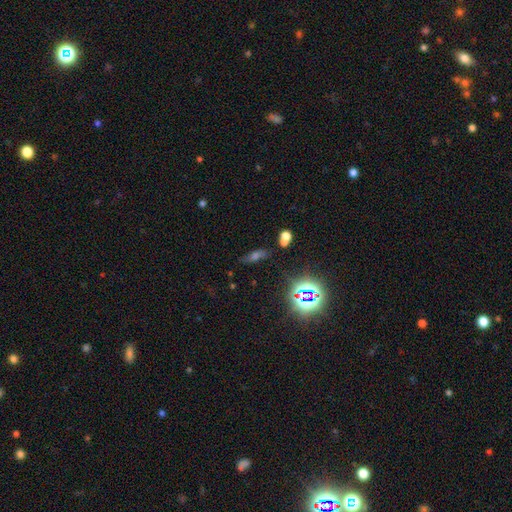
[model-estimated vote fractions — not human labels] This appears to be a star or artifact, not a galaxy (40%).